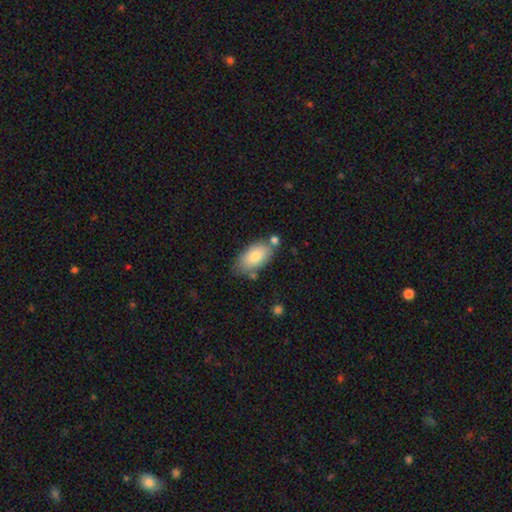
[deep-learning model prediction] Smooth or featured? smooth (80%)
How rounded? in between (93%)
Merging? none (66%)